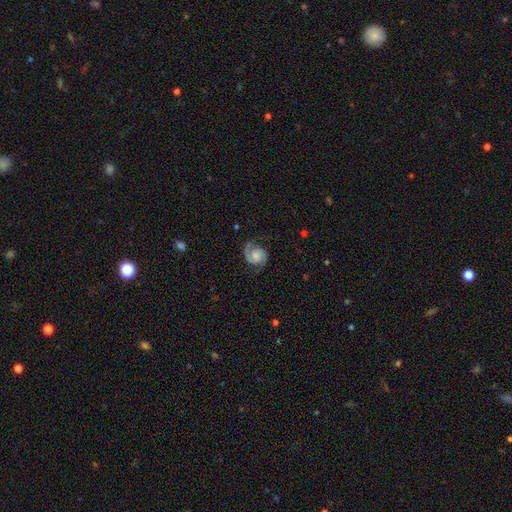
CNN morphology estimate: Smooth or featured? Predicted: featured or disk (p=0.88). Edge-on disk? Predicted: no (p=0.98). Bar? Predicted: no (p=0.64). Spiral arms? Predicted: yes (p=0.98). Spiral winding? Predicted: medium (p=0.48). Spiral arm count? Predicted: 2 (p=0.92). Bulge size? Predicted: moderate (p=0.42). Merging? Predicted: none (p=0.80).